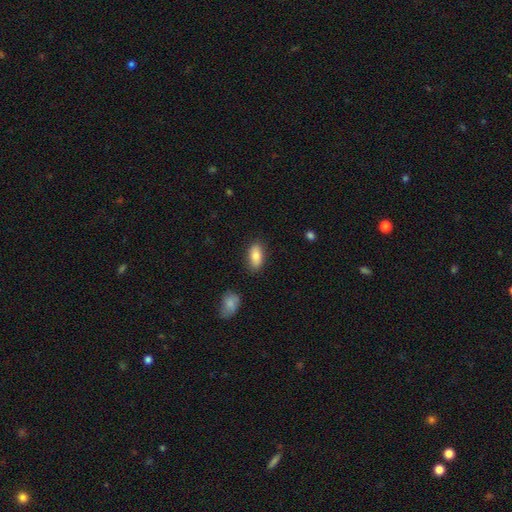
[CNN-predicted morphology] Overall: smooth (84%). How rounded: in between (88%). Merging: none (84%).